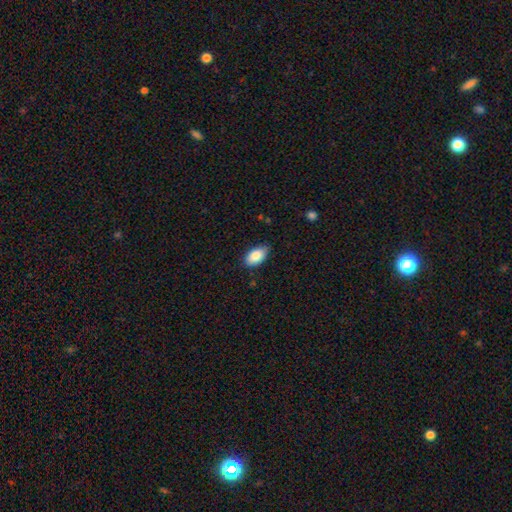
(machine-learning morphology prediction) This appears to be a smooth galaxy with no disk features (85%) that is in between round and cigar-shaped (93%). Merging: none (77%).